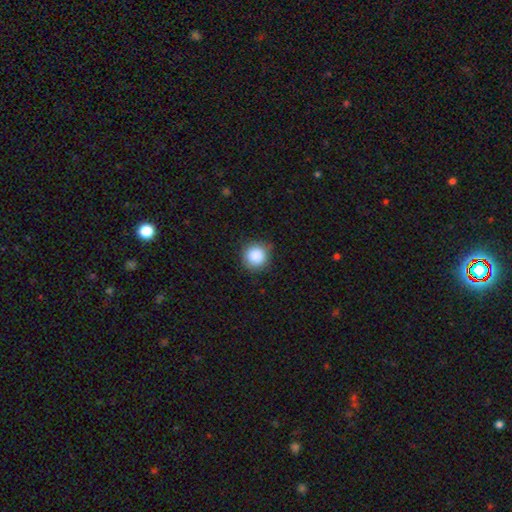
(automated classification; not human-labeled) A smooth galaxy with no disk features (88%) that is round (94%).

Vote fractions:
- Smooth or featured? smooth: 88% / star or artifact: 9% / featured or disk: 4%
- How rounded? round: 94% / in between: 6% / cigar-shaped: 1%
- Merging? none: 85% / minor disturbance: 11% / major disturbance: 3% / merger: 1%